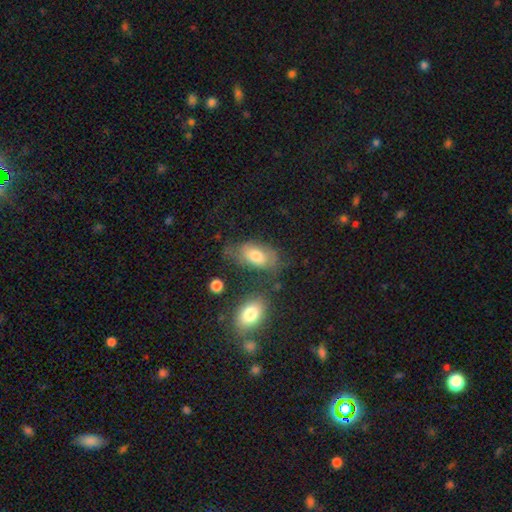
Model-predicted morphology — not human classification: Overall: smooth (70%). How rounded: in between (91%). Merging: none (51%; minor disturbance 26%).